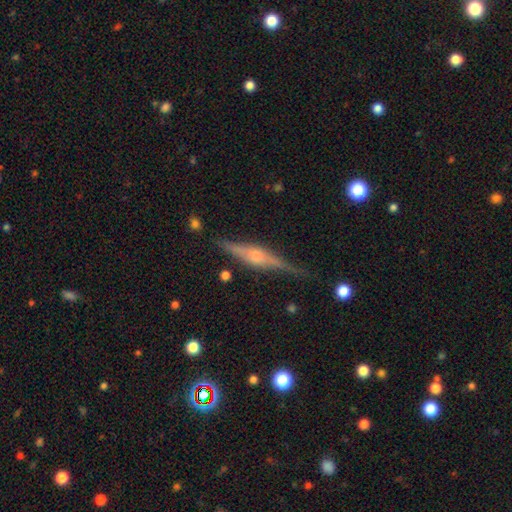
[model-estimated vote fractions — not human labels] The model was most divided on "edge-on bulge": rounded: 76%, boxy: 19%, none: 5%. More confident: edge-on disk — yes (97%); merging — none (83%); smooth or featured — featured or disk (81%).